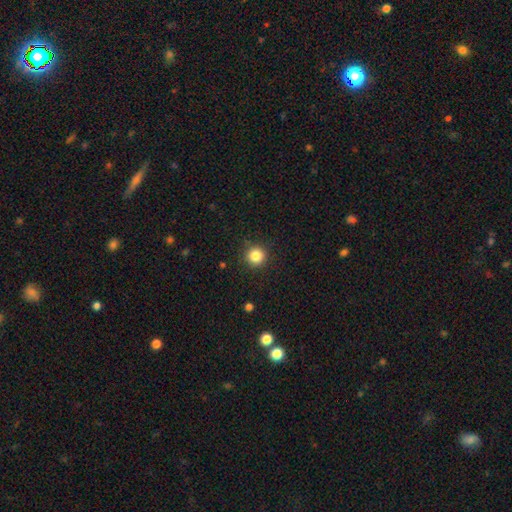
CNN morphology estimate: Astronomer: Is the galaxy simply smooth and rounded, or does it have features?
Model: smooth — 84%.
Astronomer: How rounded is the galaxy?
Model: round — 95%.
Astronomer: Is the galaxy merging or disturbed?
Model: none — 91%.